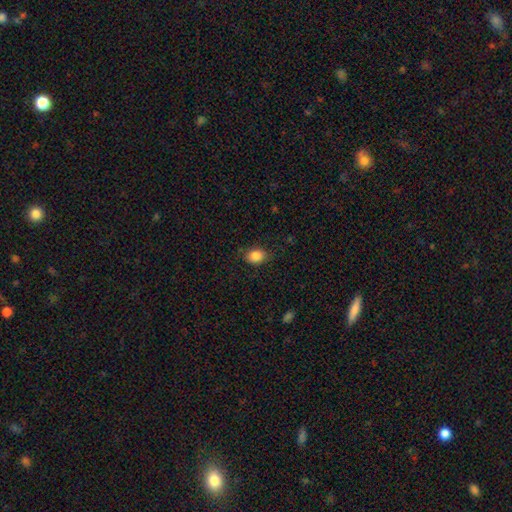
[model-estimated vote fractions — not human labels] Morphology: type=smooth (86%); roundness=in between (67%); merging=none (83%).